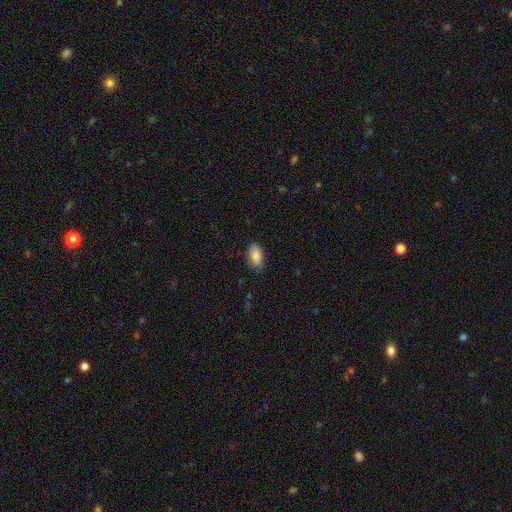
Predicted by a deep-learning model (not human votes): smooth 86%, star or artifact 7%, featured or disk 7%. Down the decision tree: how rounded — in between (93%); merging — none (79%).